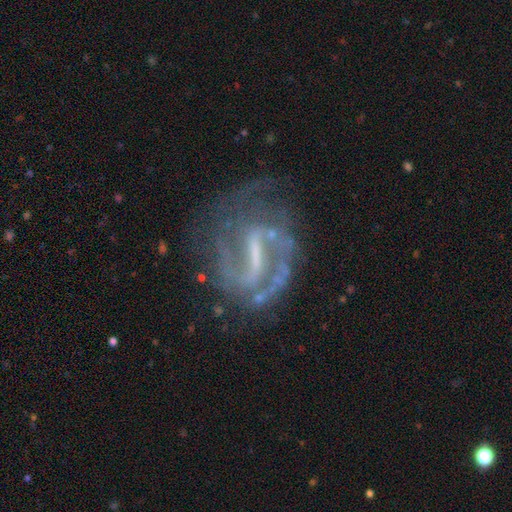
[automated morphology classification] Overall: featured or disk (86%). Edge-on disk: no (96%). Bar: strong (64%; weak 28%). Spiral arms: yes (91%). Spiral arm count: 2 (69%). Spiral winding: medium (48%; tight 30%). Bulge size: none (41%; small 39%). Merging: none (61%).